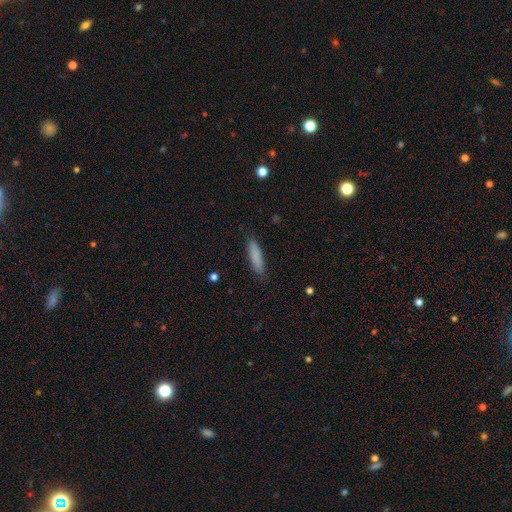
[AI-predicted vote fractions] Smooth or featured: smooth — 85% (featured or disk — 8%)
How rounded: cigar-shaped — 76% (in between — 23%)
Merging: none — 85% (minor disturbance — 11%)